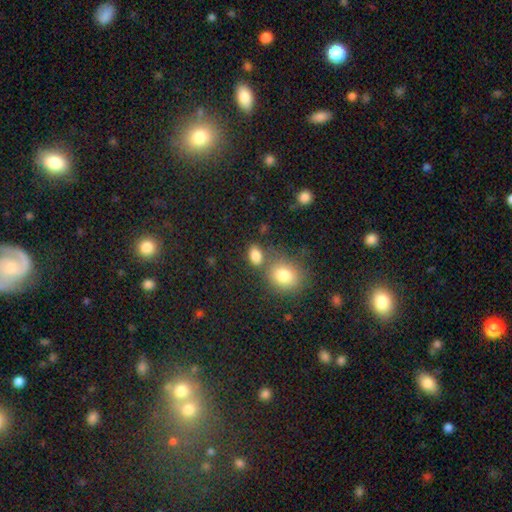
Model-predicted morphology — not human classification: Q: Smooth or featured?
A: smooth (82%); runner-up: star or artifact (11%)
Q: How rounded?
A: in between (79%); runner-up: round (18%)
Q: Merging?
A: none (60%); runner-up: merger (23%)